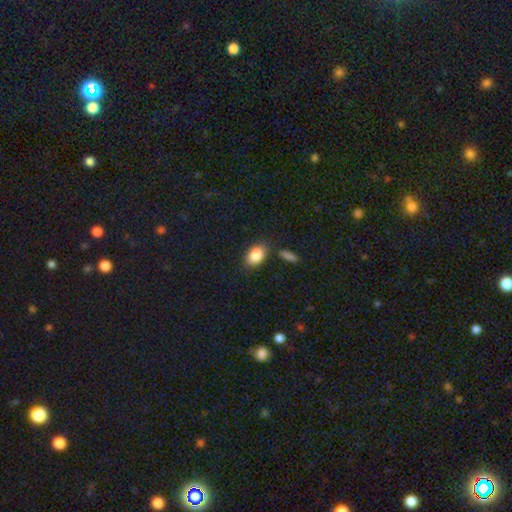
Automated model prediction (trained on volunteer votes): The model was most divided on "merging": none: 78%, minor disturbance: 13%, merger: 6%, major disturbance: 3%. More confident: smooth or featured — smooth (87%); how rounded — in between (86%).